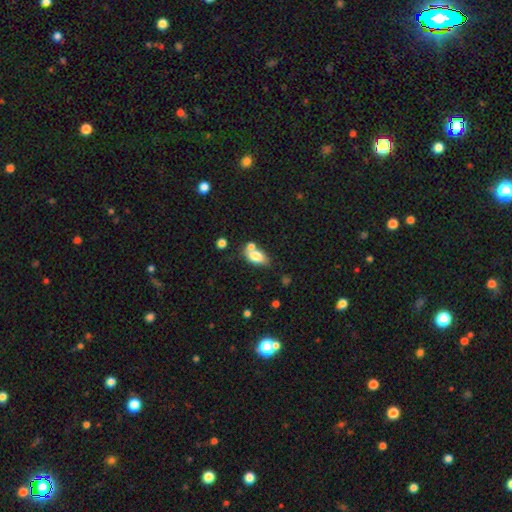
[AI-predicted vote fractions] A smooth galaxy with no disk features (77%) that is in between round and cigar-shaped (86%).

Vote fractions:
- Smooth or featured? smooth: 77% / featured or disk: 15% / star or artifact: 9%
- How rounded? in between: 86% / round: 10% / cigar-shaped: 3%
- Merging? none: 46% / merger: 33% / minor disturbance: 16% / major disturbance: 6%